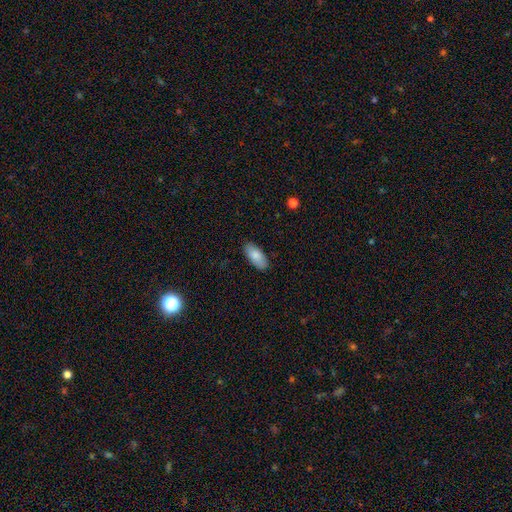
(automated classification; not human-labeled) smooth_or_featured: smooth (p=0.85) [alt: featured or disk p=0.09]
how_rounded: in between (p=0.89) [alt: cigar-shaped p=0.09]
merging: none (p=0.87) [alt: minor disturbance p=0.10]